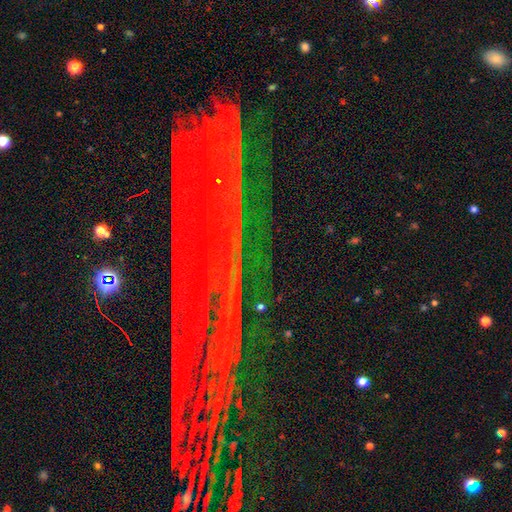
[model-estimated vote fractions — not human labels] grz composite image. It shows a star or artifact, not a galaxy (74%).